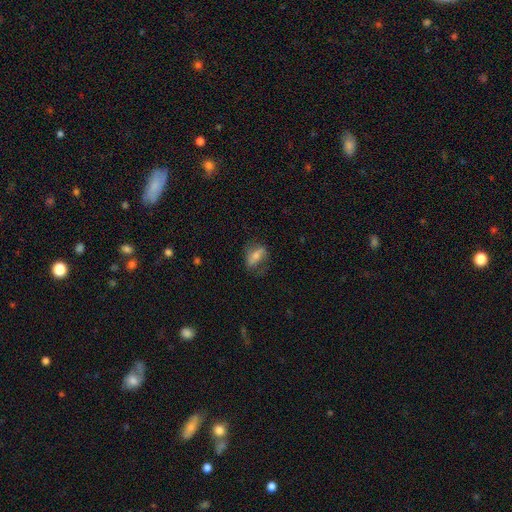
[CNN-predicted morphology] type=smooth (52%); roundness=in between (74%); merging=none (61%).